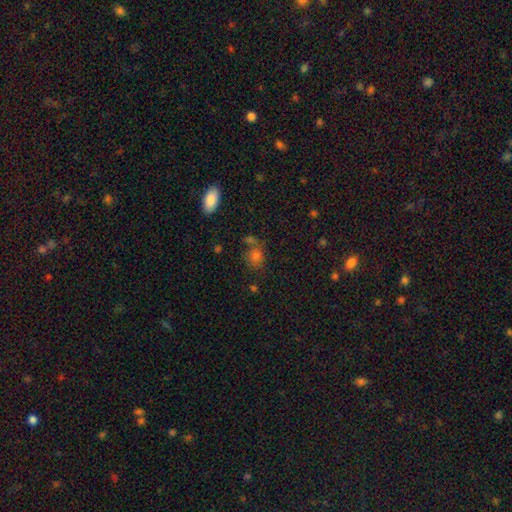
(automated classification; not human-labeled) smooth 72%, star or artifact 19%, featured or disk 9%. Down the decision tree: how rounded — round (66%); merging — none (64%).